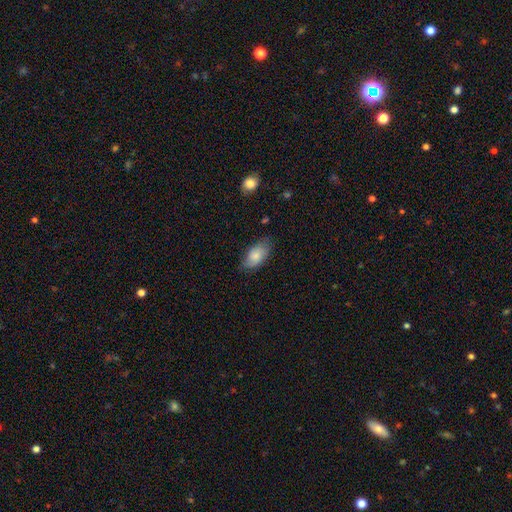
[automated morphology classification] Smooth or featured? Predicted: smooth (p=0.72). How rounded? Predicted: in between (p=0.92). Merging? Predicted: none (p=0.71).